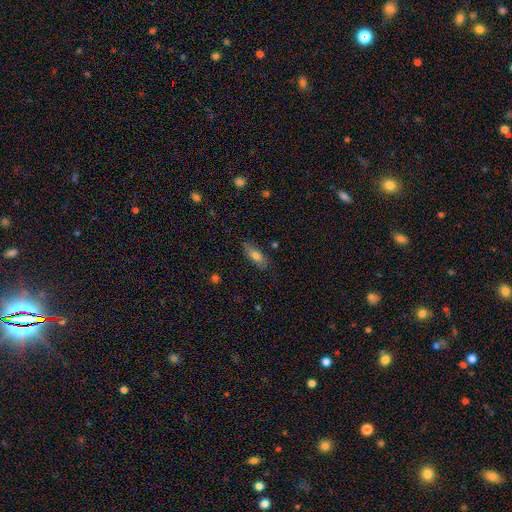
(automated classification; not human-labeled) A smooth galaxy with no disk features (73%) that is in between round and cigar-shaped (63%). Merging: none (76%).